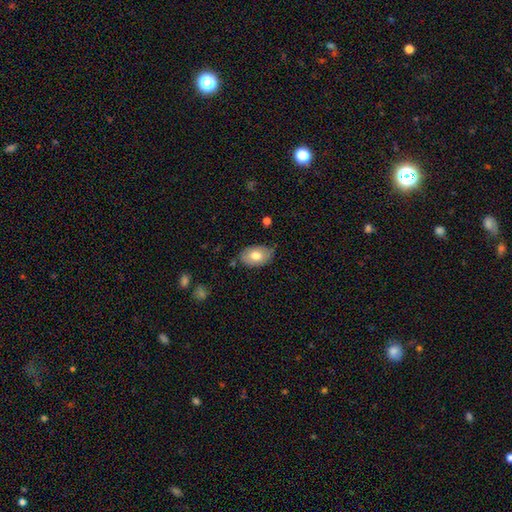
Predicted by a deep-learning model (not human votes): smooth 70%, featured or disk 23%, star or artifact 6%. Down the decision tree: how rounded — in between (89%); merging — none (72%).